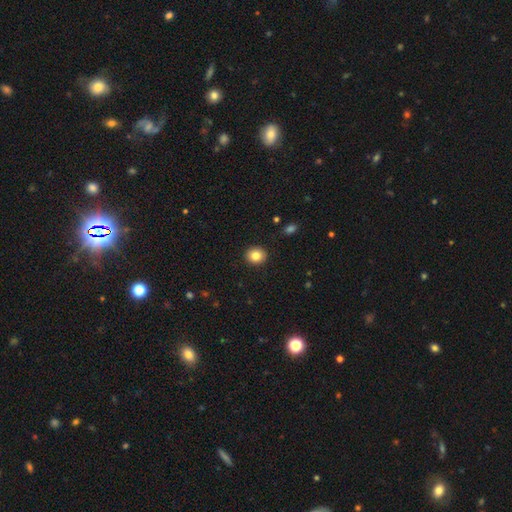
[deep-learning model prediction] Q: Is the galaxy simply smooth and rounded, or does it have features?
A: smooth — 83%.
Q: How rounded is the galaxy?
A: round — 80%.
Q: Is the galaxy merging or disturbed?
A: none — 92%.